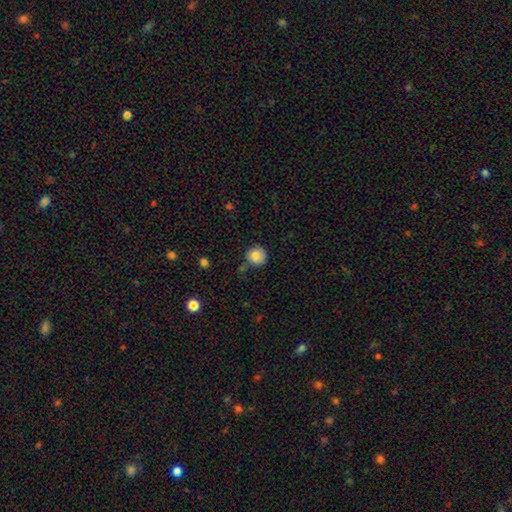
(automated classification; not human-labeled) Morphology: type=smooth (83%); roundness=round (92%); merging=none (69%).